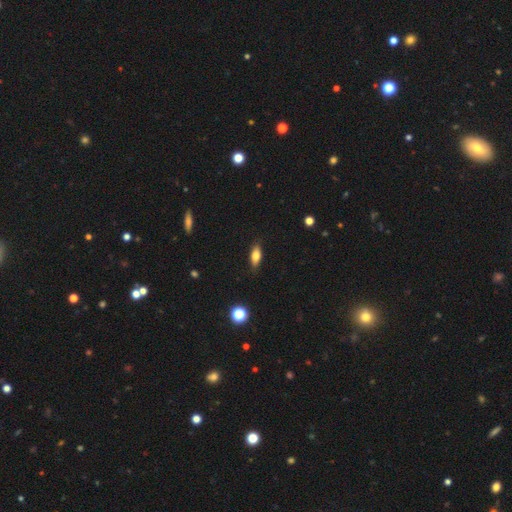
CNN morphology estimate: Q: Smooth or featured?
A: smooth (75%); runner-up: featured or disk (16%)
Q: How rounded?
A: in between (76%); runner-up: cigar-shaped (20%)
Q: Merging?
A: none (84%); runner-up: minor disturbance (12%)